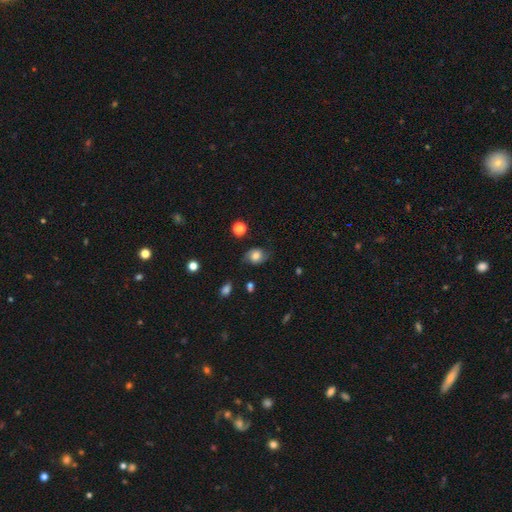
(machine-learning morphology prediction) The model was most divided on "smooth or featured": featured or disk: 45%, smooth: 43%, star or artifact: 11%. More confident: merging — none (72%).